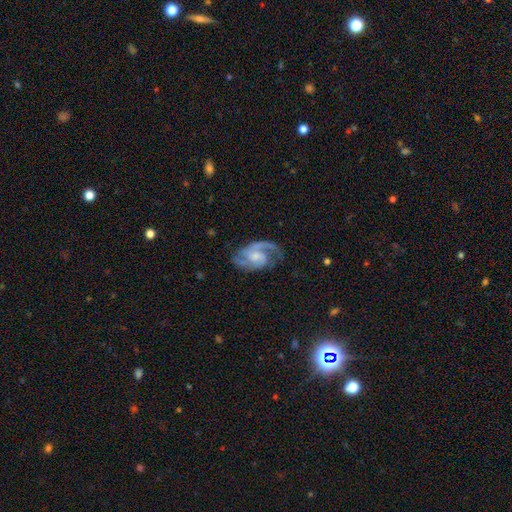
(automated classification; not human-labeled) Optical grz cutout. It shows a featured or disk galaxy (86%) with no bar (49%), 2 (64%) medium (54%) spiral arms (96%) and a small central bulge (40%, tied with moderate). Merging: none (65%).